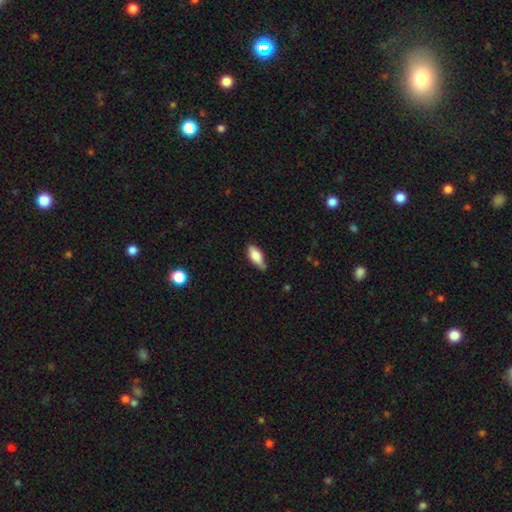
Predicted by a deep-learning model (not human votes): Q: Smooth or featured?
A: smooth (75%); runner-up: featured or disk (19%)
Q: How rounded?
A: in between (80%); runner-up: cigar-shaped (18%)
Q: Merging?
A: none (70%); runner-up: minor disturbance (25%)